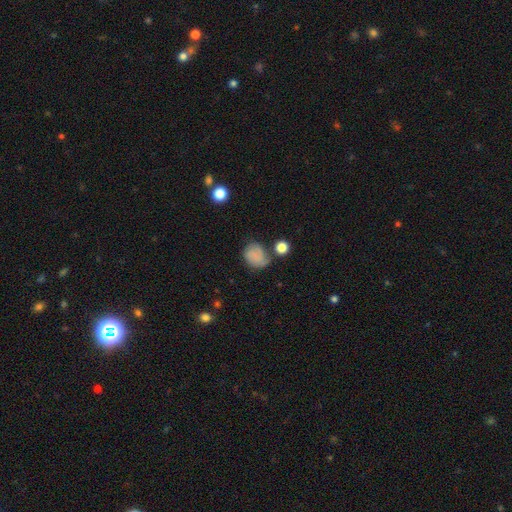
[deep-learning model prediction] smooth 65%, featured or disk 24%, star or artifact 11%. Down the decision tree: how rounded — round (52%); merging — none (53%).